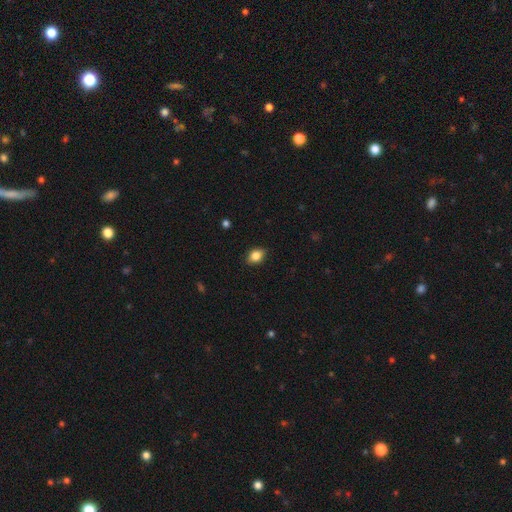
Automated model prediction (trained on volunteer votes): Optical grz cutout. It shows a smooth galaxy with no disk features (86%) that is in between round and cigar-shaped (69%). Merging: none (86%).